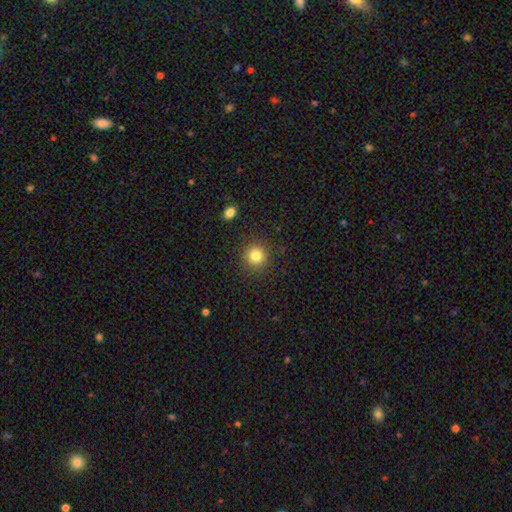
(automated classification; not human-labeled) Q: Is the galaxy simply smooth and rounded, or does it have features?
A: smooth — 82%.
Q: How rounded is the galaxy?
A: round — 93%.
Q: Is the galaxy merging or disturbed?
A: none — 89%.